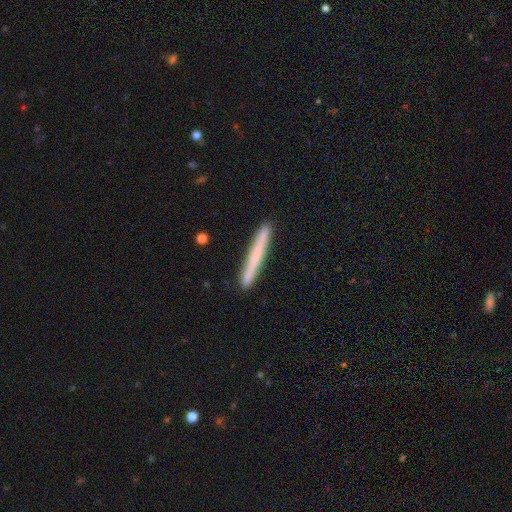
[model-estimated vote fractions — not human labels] Overall: smooth (63%; featured or disk 31%). How rounded: cigar-shaped (97%). Merging: none (92%).